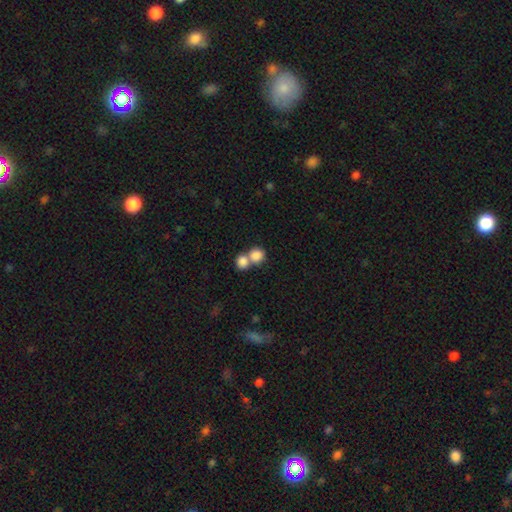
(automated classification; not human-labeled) Smooth or featured? Predicted: smooth (p=0.84). How rounded? Predicted: round (p=0.78). Merging? Predicted: merger (p=0.57).